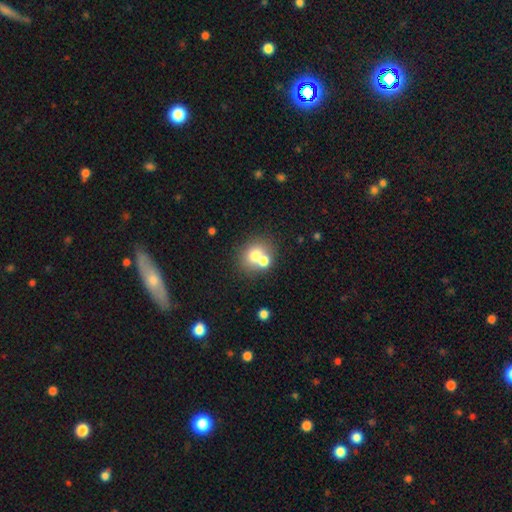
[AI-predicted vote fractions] smooth_or_featured: smooth (p=0.69) [alt: featured or disk p=0.18]
how_rounded: round (p=0.71) [alt: in between p=0.28]
merging: none (p=0.45) [alt: merger p=0.43]